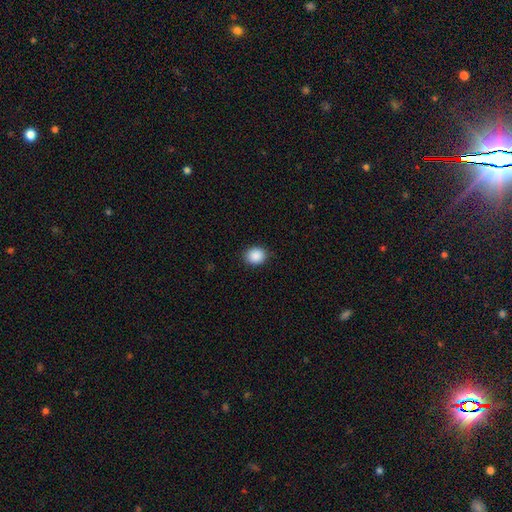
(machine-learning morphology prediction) Overall: smooth (89%). How rounded: round (66%; in between 33%). Merging: none (89%).